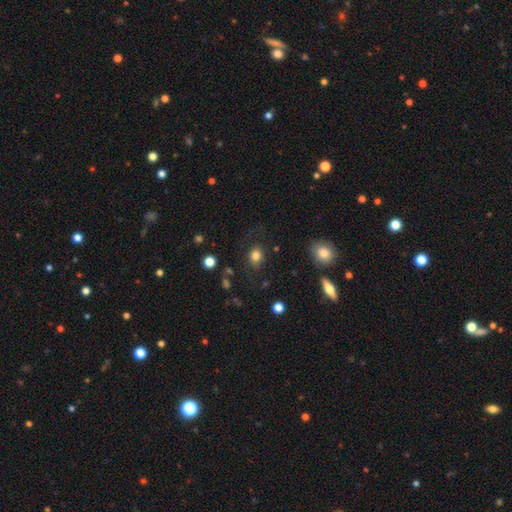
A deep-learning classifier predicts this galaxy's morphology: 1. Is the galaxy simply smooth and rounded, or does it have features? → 81% smooth, 11% star or artifact, 8% featured or disk.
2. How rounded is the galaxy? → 51% in between, 48% round, 1% cigar-shaped.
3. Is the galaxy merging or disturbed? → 76% none, 15% minor disturbance, 7% major disturbance, 2% merger.